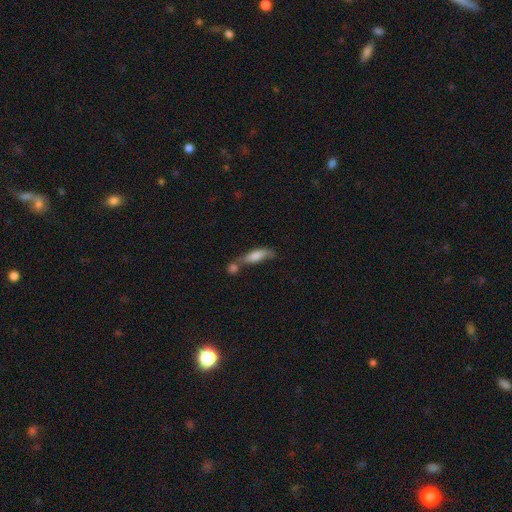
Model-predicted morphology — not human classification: A smooth galaxy with no disk features (70%) that is in between round and cigar-shaped (50%). Merging: merger (39%).